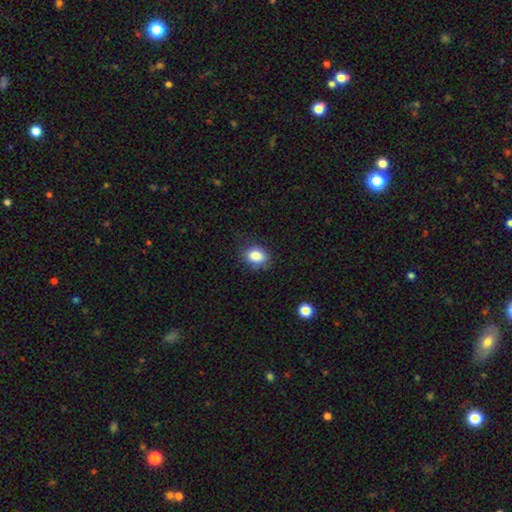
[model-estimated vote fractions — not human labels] This appears to be a smooth galaxy with no disk features (84%) that is in between round and cigar-shaped (59%). Merging: none (78%).